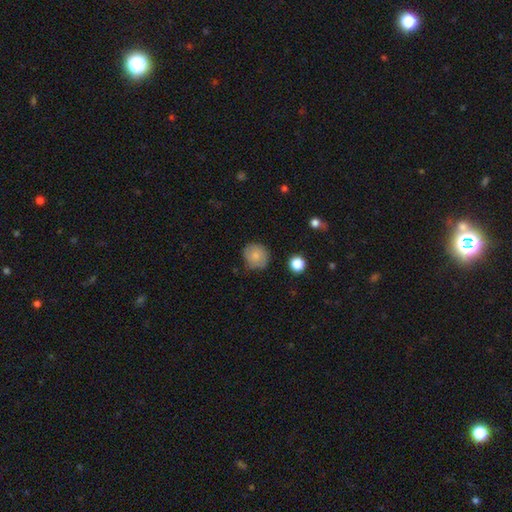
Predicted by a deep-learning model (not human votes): A smooth galaxy with no disk features (75%) that is round (86%).

Vote fractions:
- Smooth or featured? smooth: 75% / featured or disk: 17% / star or artifact: 8%
- How rounded? round: 86% / in between: 13% / cigar-shaped: 1%
- Merging? none: 76% / minor disturbance: 18% / major disturbance: 4% / merger: 2%